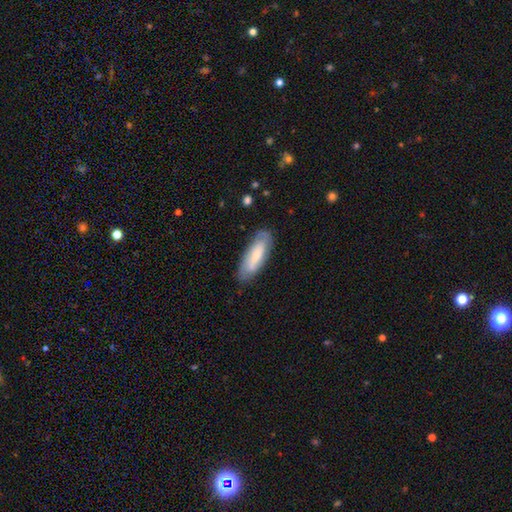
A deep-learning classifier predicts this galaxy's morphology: type=smooth (59%); roundness=in between (61%); merging=none (80%).